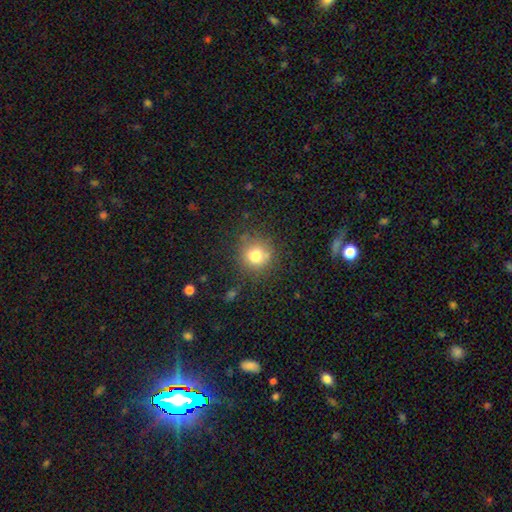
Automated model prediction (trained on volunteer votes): Morphology: type=smooth (77%); roundness=round (90%); merging=none (78%).